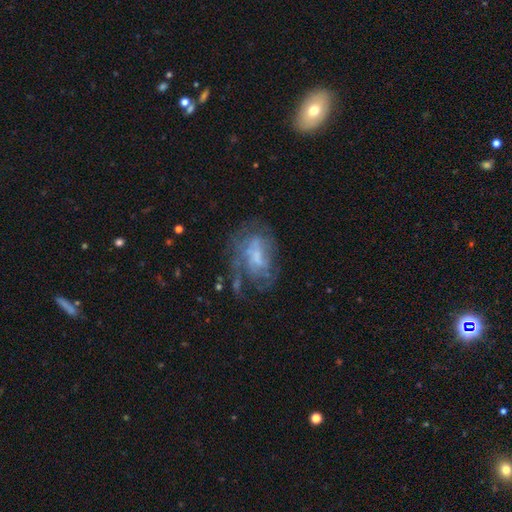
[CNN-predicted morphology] Q: Smooth or featured?
A: featured or disk (67%); runner-up: smooth (23%)
Q: Edge-on disk?
A: no (96%); runner-up: yes (4%)
Q: Bar?
A: no (54%); runner-up: weak (36%)
Q: Spiral arms?
A: yes (62%); runner-up: no (38%)
Q: Bulge size?
A: none (35%); runner-up: small (30%)
Q: Merging?
A: none (46%); runner-up: major disturbance (28%)